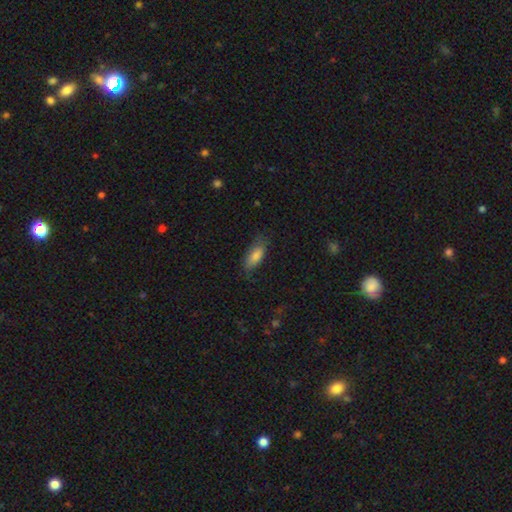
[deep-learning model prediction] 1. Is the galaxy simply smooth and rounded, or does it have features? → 79% smooth, 14% featured or disk, 7% star or artifact.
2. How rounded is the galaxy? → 77% in between, 21% cigar-shaped, 2% round.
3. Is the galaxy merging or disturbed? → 70% none, 23% minor disturbance, 6% major disturbance, 1% merger.